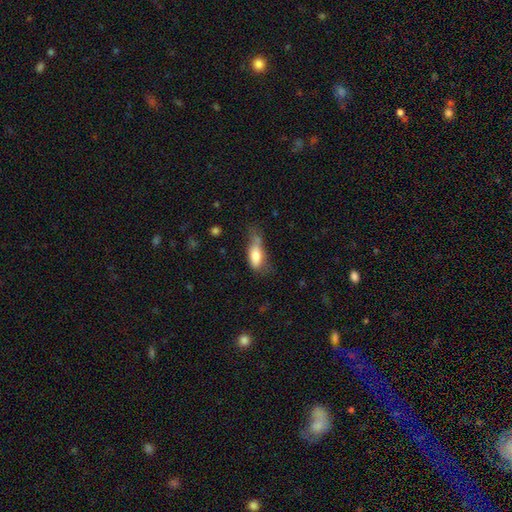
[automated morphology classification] smooth-or-featured: smooth: 76% | featured or disk: 17% | star or artifact: 8%
  how-rounded: in between: 78% | cigar-shaped: 18% | round: 4%
  merging: minor disturbance: 36% | none: 28% | major disturbance: 27% | merger: 9%